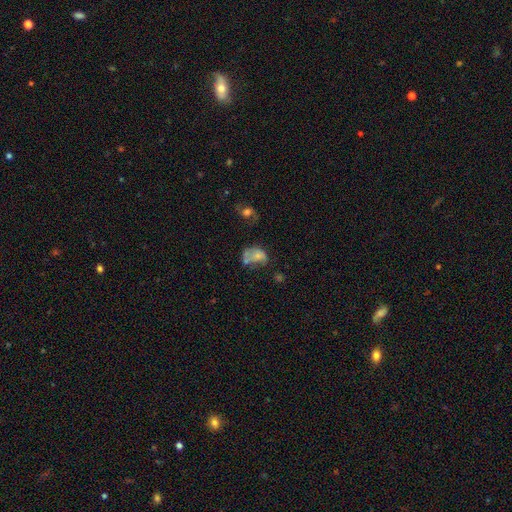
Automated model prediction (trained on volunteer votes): A smooth galaxy with no disk features (58%) that is in between round and cigar-shaped (77%). Merging: major disturbance (29%).